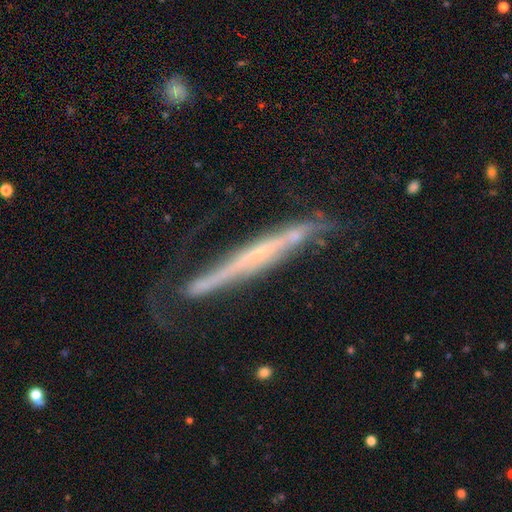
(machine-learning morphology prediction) The model was most divided on "merging": none: 59%, minor disturbance: 27%, major disturbance: 11%, merger: 3%. More confident: edge-on disk — yes (90%); edge-on bulge — none (74%); smooth or featured — featured or disk (68%).